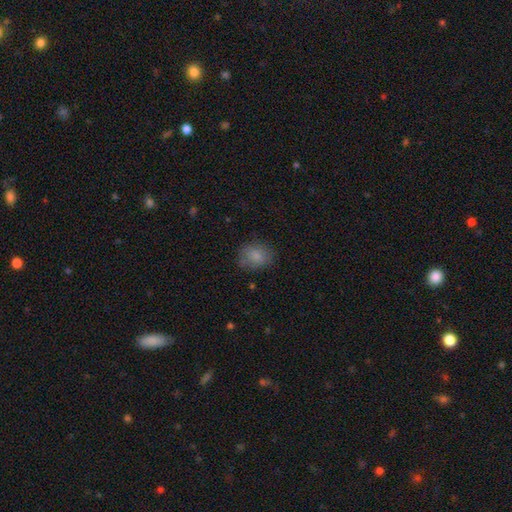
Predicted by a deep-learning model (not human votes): A smooth galaxy with no disk features (81%) that is round (50%). Merging: none (74%).